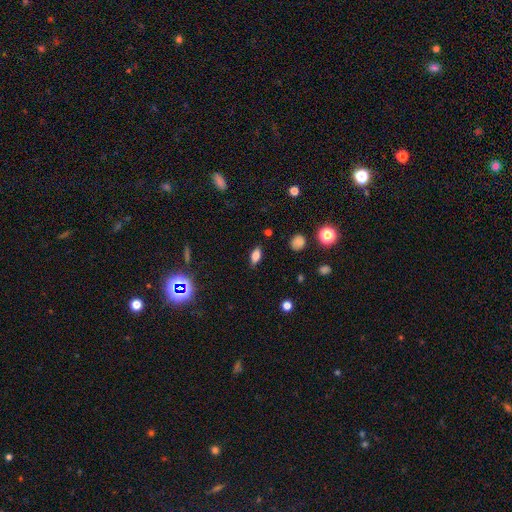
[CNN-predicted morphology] This is likely a smooth galaxy (75%). How rounded: clearly in between (81%). Merging: clearly none (85%).